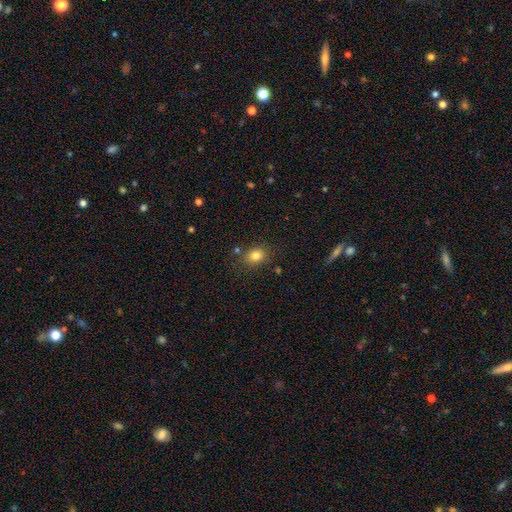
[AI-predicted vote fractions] The model was most divided on "how rounded": in between: 55%, round: 44%, cigar-shaped: 1%. More confident: smooth or featured — smooth (81%); merging — none (78%).